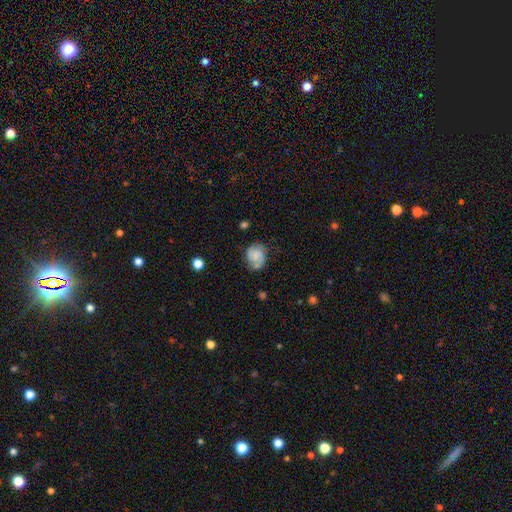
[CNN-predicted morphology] Q: Smooth or featured?
A: featured or disk (57%); runner-up: smooth (35%)
Q: Edge-on disk?
A: no (98%); runner-up: yes (2%)
Q: Bar?
A: no (63%); runner-up: weak (31%)
Q: Spiral arms?
A: yes (90%); runner-up: no (10%)
Q: Bulge size?
A: none (38%); runner-up: small (37%)
Q: Merging?
A: none (64%); runner-up: minor disturbance (24%)